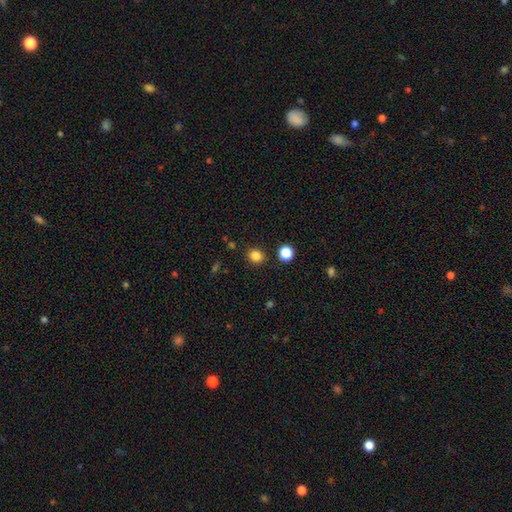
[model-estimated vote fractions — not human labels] A smooth galaxy with no disk features (84%) that is round (74%).

Vote fractions:
- Smooth or featured? smooth: 84% / star or artifact: 12% / featured or disk: 4%
- How rounded? round: 74% / in between: 25% / cigar-shaped: 1%
- Merging? none: 87% / minor disturbance: 7% / merger: 3% / major disturbance: 2%